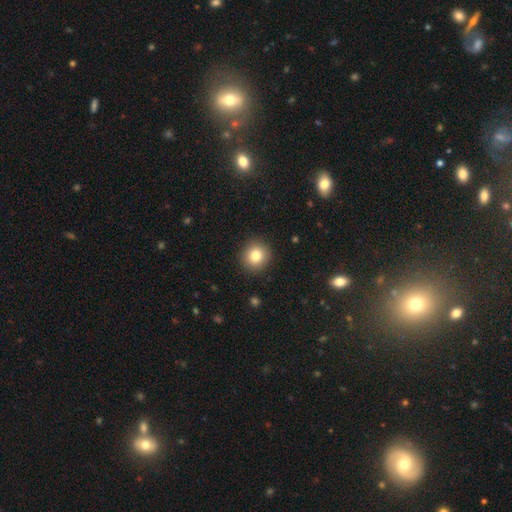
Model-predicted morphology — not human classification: The model was most divided on "smooth or featured": smooth: 81%, star or artifact: 11%, featured or disk: 8%. More confident: merging — none (91%); how rounded — round (90%).